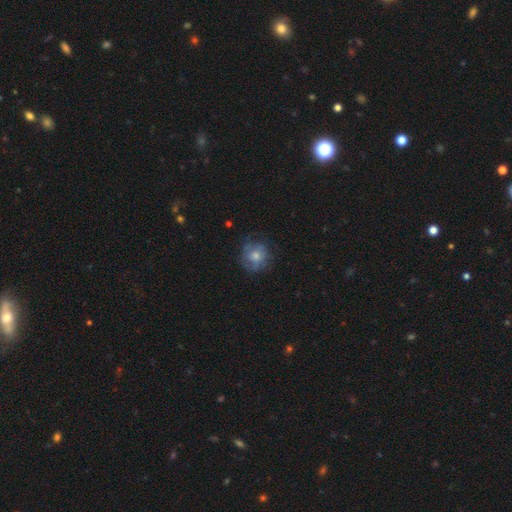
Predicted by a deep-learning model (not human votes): Smooth or featured? smooth (45%)
Merging? none (71%)